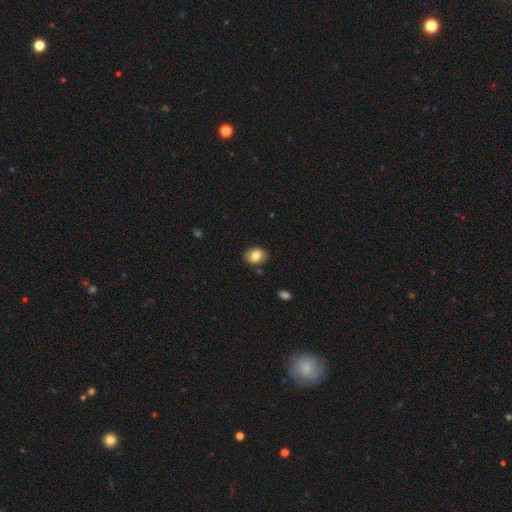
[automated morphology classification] A smooth galaxy with no disk features (77%) that is in between round and cigar-shaped (63%). Merging: none (86%).